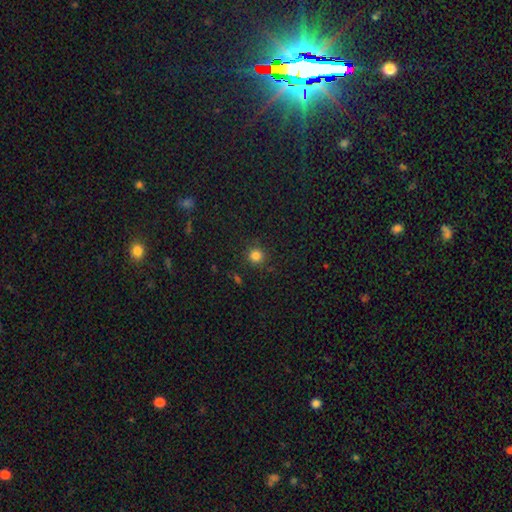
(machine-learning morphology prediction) A smooth galaxy with no disk features (82%) that is round (93%).

Vote fractions:
- Smooth or featured? smooth: 82% / star or artifact: 14% / featured or disk: 4%
- How rounded? round: 93% / in between: 6% / cigar-shaped: 1%
- Merging? none: 88% / minor disturbance: 7% / major disturbance: 3% / merger: 2%